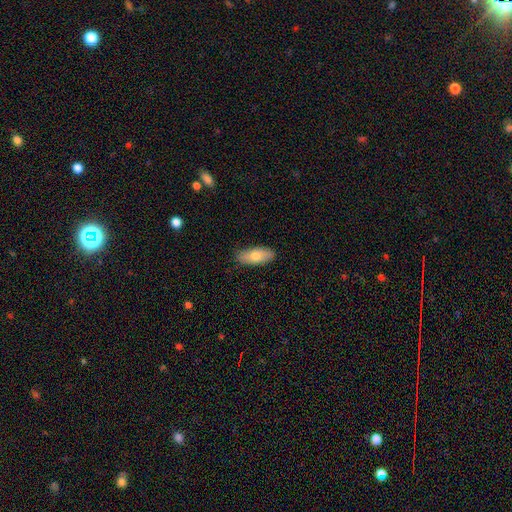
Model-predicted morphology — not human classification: Smooth or featured? smooth (73%)
How rounded? in between (80%)
Merging? none (87%)